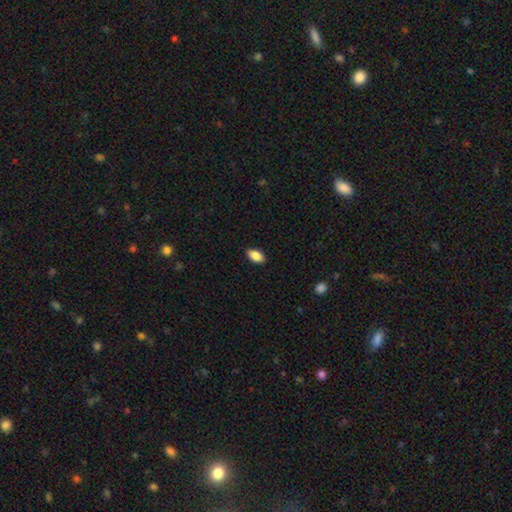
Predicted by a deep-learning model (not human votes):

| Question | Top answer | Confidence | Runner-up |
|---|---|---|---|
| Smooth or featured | smooth | 88% | star or artifact (8%) |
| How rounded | in between | 93% | round (5%) |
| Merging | none | 88% | minor disturbance (10%) |